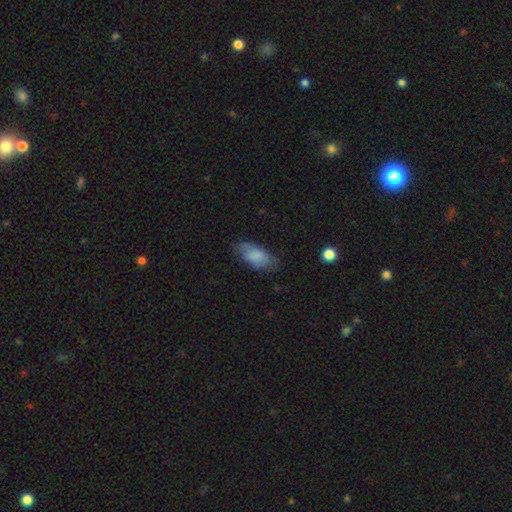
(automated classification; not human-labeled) The model was most divided on "merging": none: 68%, minor disturbance: 23%, major disturbance: 7%, merger: 1%. More confident: how rounded — in between (90%); smooth or featured — smooth (81%).